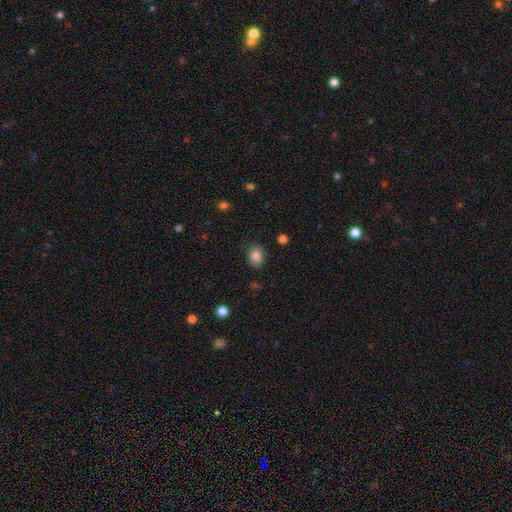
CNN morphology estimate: smooth_or_featured: smooth (p=0.85) [alt: star or artifact p=0.09]
how_rounded: in between (p=0.63) [alt: round p=0.36]
merging: none (p=0.83) [alt: minor disturbance p=0.12]